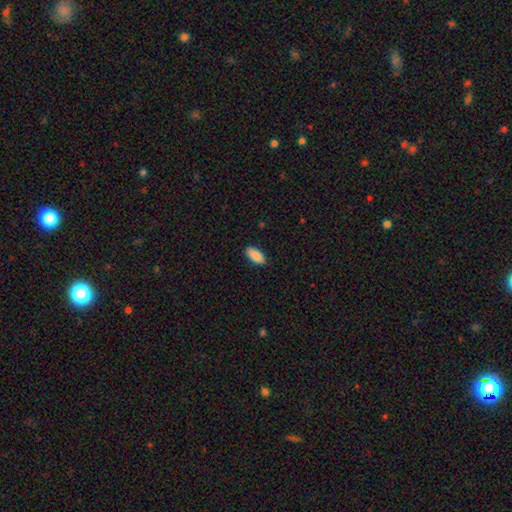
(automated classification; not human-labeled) A smooth galaxy with no disk features (89%) that is in between round and cigar-shaped (91%).

Vote fractions:
- Smooth or featured? smooth: 89% / star or artifact: 6% / featured or disk: 4%
- How rounded? in between: 91% / cigar-shaped: 7% / round: 2%
- Merging? none: 87% / minor disturbance: 10% / major disturbance: 2% / merger: 1%